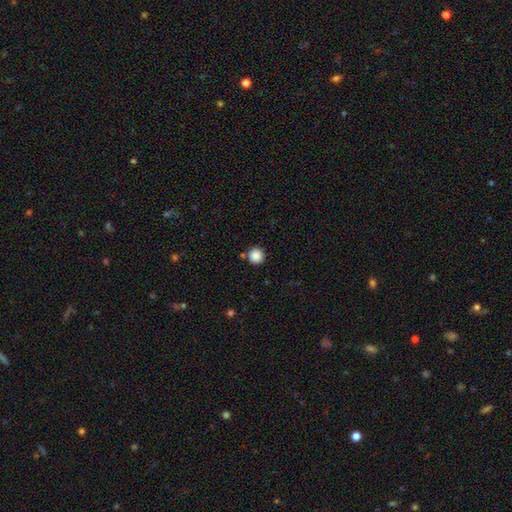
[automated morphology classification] smooth-or-featured: smooth: 87% | star or artifact: 10% | featured or disk: 3%
  how-rounded: round: 96% | in between: 3% | cigar-shaped: 1%
  merging: none: 87% | minor disturbance: 6% | merger: 4% | major disturbance: 2%